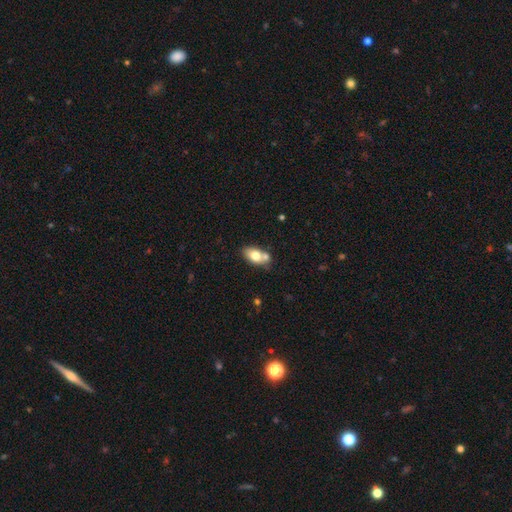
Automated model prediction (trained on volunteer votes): Morphology: type=smooth (73%); roundness=in between (88%); merging=none (48%).